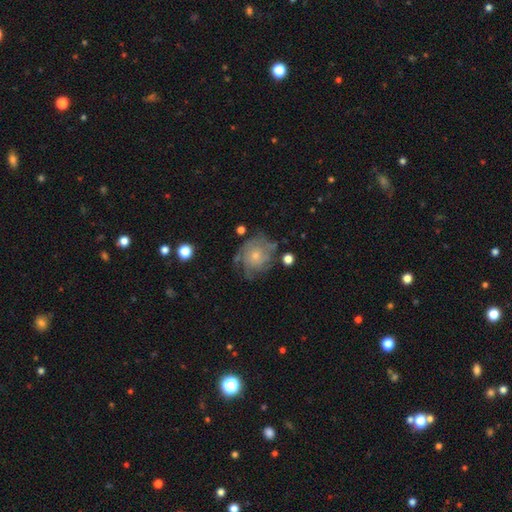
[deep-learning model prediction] smooth-or-featured: featured or disk: 64% | smooth: 27% | star or artifact: 9%
  disk-edge-on: no: 97% | yes: 3%
    bar: no: 85% | weak: 13% | strong: 2%
    has-spiral-arms: yes: 80% | no: 20%
      spiral-winding: tight: 56% | medium: 30% | loose: 13%
      spiral-arm-count: can't tell: 49% | 3: 14% | 4: 12% | 2: 12% | more than 4: 7% | 1: 6%
    bulge-size: small: 66% | moderate: 28% | none: 3% | large: 2% | dominant: 1%
  merging: none: 57% | minor disturbance: 23% | major disturbance: 16% | merger: 4%